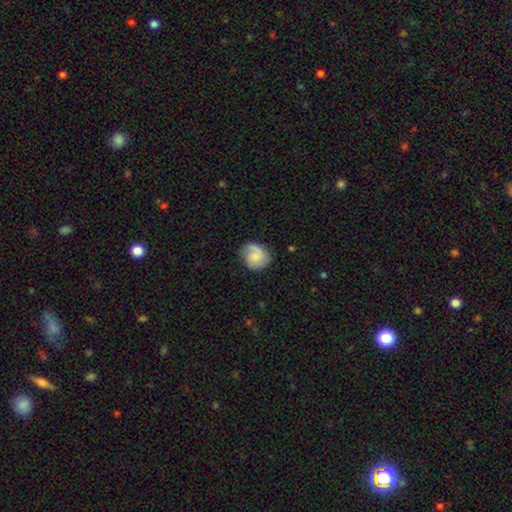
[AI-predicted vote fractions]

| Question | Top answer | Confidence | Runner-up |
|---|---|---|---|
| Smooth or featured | smooth | 48% | featured or disk (45%) |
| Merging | none | 66% | minor disturbance (22%) |